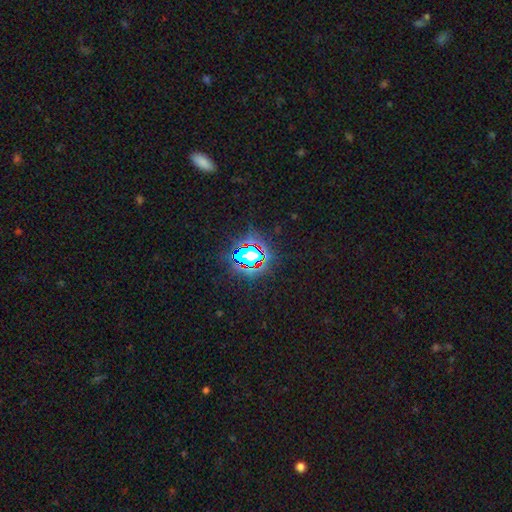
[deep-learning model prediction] Smooth or featured: star or artifact — 73% (smooth — 16%)